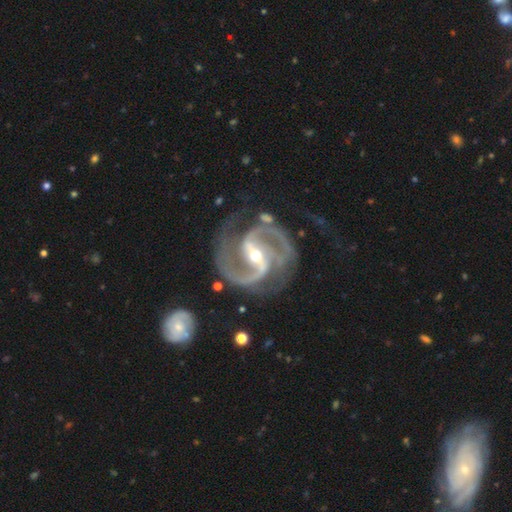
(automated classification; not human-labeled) smooth-or-featured: featured or disk: 94% | star or artifact: 4% | smooth: 2%
  disk-edge-on: no: 98% | yes: 2%
    bar: strong: 63% | weak: 28% | no: 10%
    has-spiral-arms: yes: 99% | no: 1%
      spiral-winding: medium: 66% | tight: 22% | loose: 12%
      spiral-arm-count: 2: 87% | 3: 6% | can't tell: 2% | 4: 2% | 1: 1% | more than 4: 1%
    bulge-size: moderate: 49% | small: 48% | large: 2% | none: 1% | dominant: 1%
  merging: none: 70% | minor disturbance: 17% | major disturbance: 10% | merger: 3%